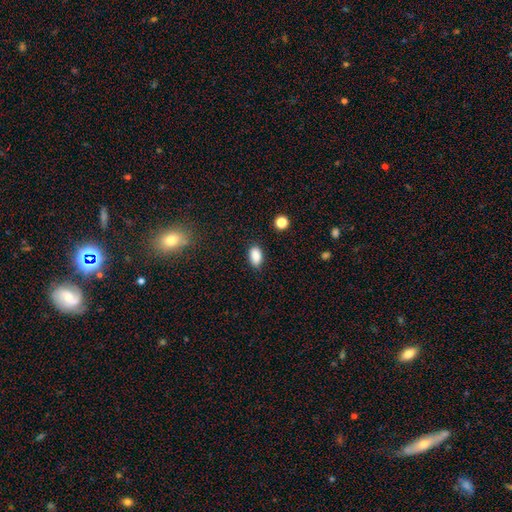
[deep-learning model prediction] Smooth or featured: smooth — 88% (star or artifact — 8%)
How rounded: in between — 90% (round — 8%)
Merging: none — 86% (minor disturbance — 10%)